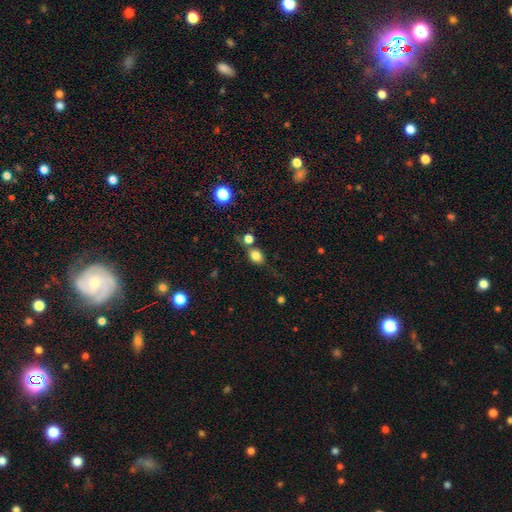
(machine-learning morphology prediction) A smooth galaxy with no disk features (80%) that is in between round and cigar-shaped (51%). Merging: none (59%).